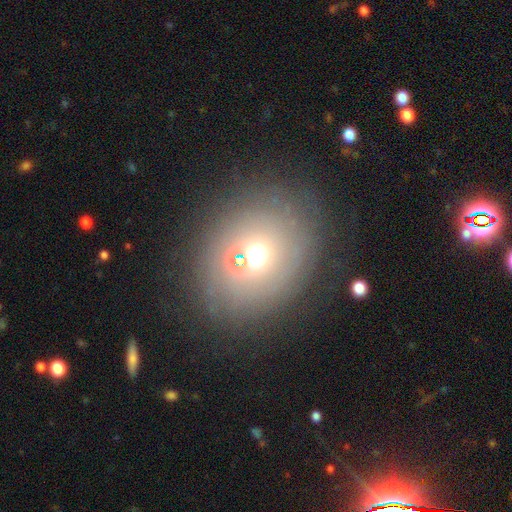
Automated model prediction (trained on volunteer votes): Overall: smooth (58%; featured or disk 21%). How rounded: round (63%; in between 36%). Merging: none (68%).